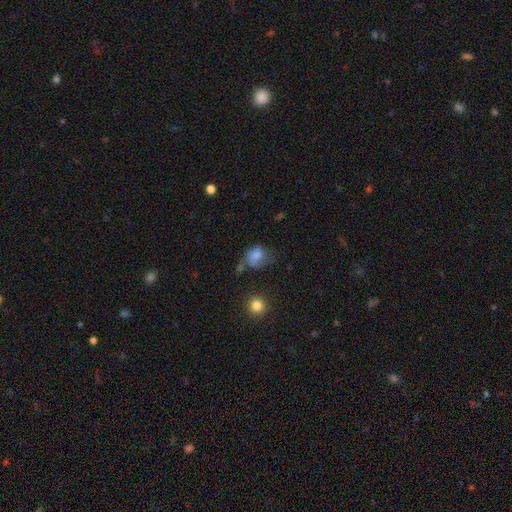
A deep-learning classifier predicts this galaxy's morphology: Smooth or featured? smooth (70%)
How rounded? in between (52%)
Merging? none (35%)